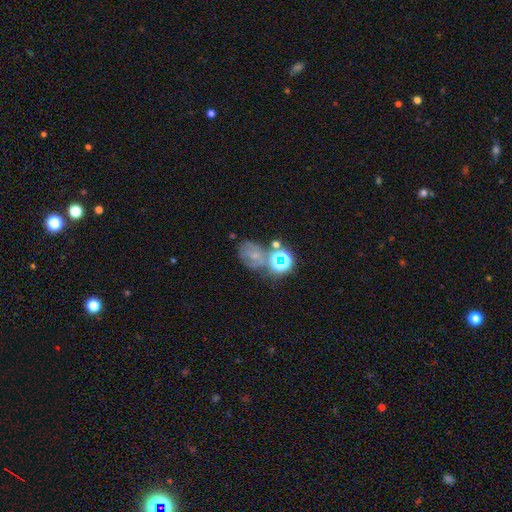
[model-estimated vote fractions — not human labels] star or artifact 39%, featured or disk 34%, smooth 27%.